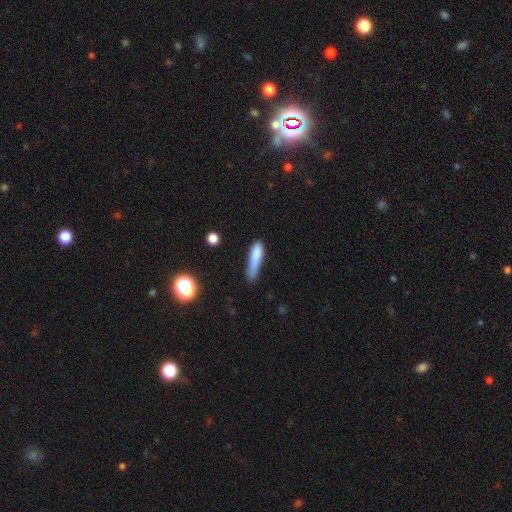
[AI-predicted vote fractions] Smooth or featured? Predicted: smooth (p=0.81). How rounded? Predicted: cigar-shaped (p=0.76). Merging? Predicted: none (p=0.43).